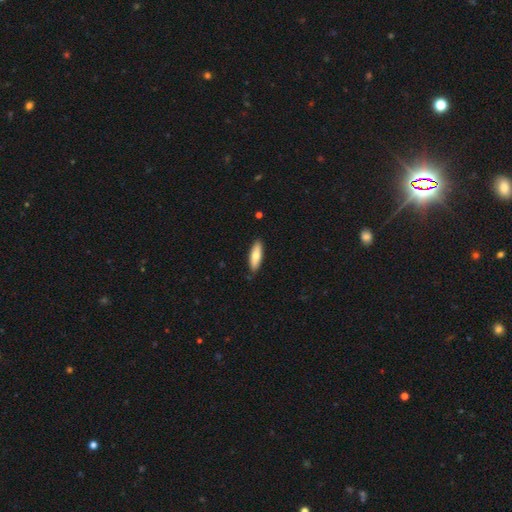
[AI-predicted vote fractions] smooth_or_featured: smooth (p=0.73) [alt: featured or disk p=0.21]
how_rounded: in between (p=0.52) [alt: cigar-shaped p=0.46]
merging: none (p=0.85) [alt: minor disturbance p=0.12]